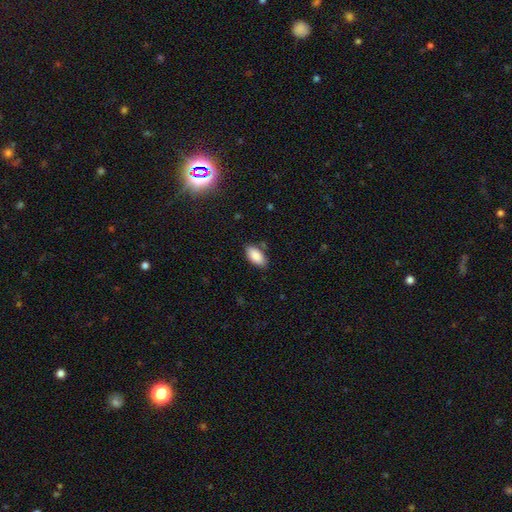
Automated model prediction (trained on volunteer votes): This appears to be a smooth galaxy with no disk features (88%) that is in between round and cigar-shaped (93%). Merging: none (82%).